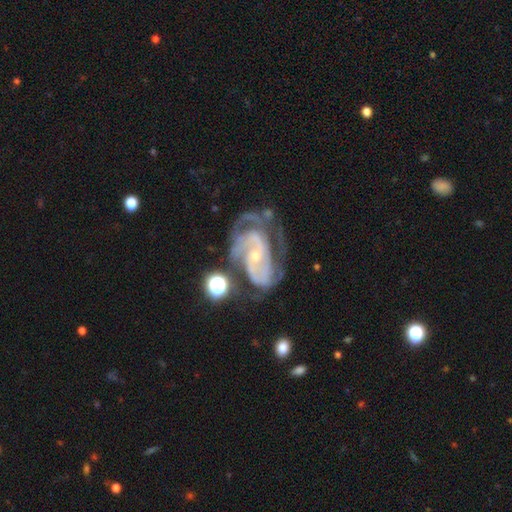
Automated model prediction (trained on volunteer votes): Smooth or featured? Predicted: featured or disk (p=0.88). Edge-on disk? Predicted: no (p=0.97). Bar? Predicted: no (p=0.57). Spiral arms? Predicted: yes (p=0.96). Spiral winding? Predicted: tight (p=0.49). Spiral arm count? Predicted: 2 (p=0.38). Bulge size? Predicted: small (p=0.73). Merging? Predicted: none (p=0.45).